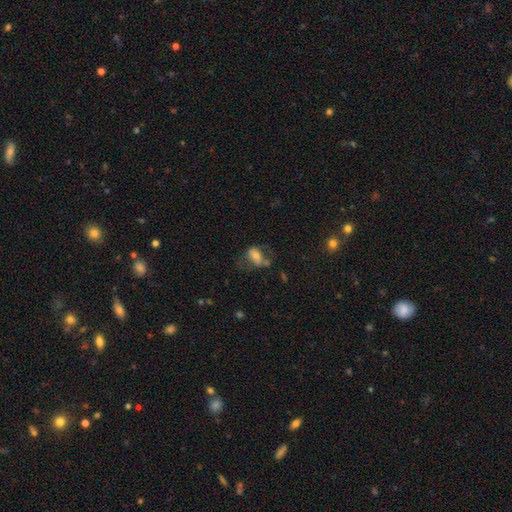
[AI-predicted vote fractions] Smooth or featured? Predicted: smooth (p=0.54). How rounded? Predicted: in between (p=0.78). Merging? Predicted: none (p=0.40).